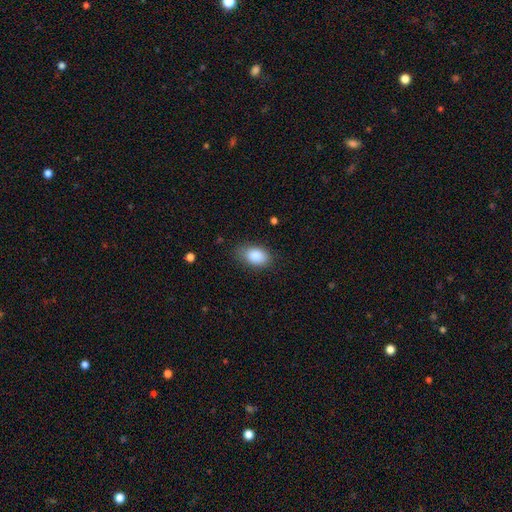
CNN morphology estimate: smooth-or-featured: smooth: 87% | star or artifact: 7% | featured or disk: 6%
  how-rounded: in between: 88% | round: 10% | cigar-shaped: 2%
  merging: none: 75% | minor disturbance: 19% | major disturbance: 5% | merger: 1%